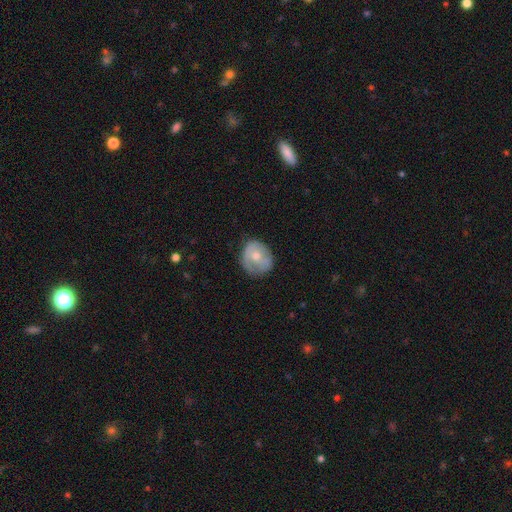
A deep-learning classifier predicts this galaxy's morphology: type=smooth (52%); roundness=round (71%); merging=none (63%).